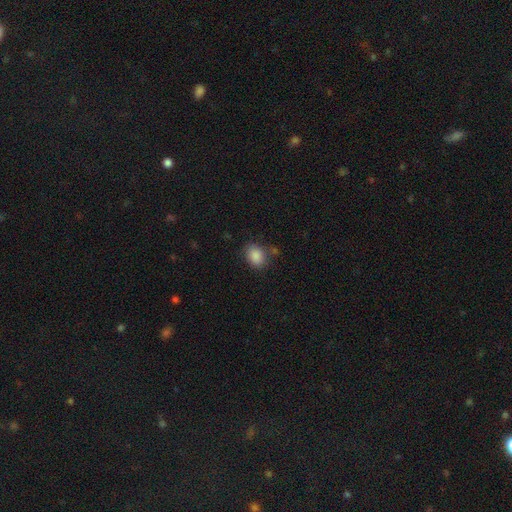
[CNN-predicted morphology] smooth 87%, star or artifact 9%, featured or disk 4%. Down the decision tree: how rounded — in between (62%); merging — none (74%).